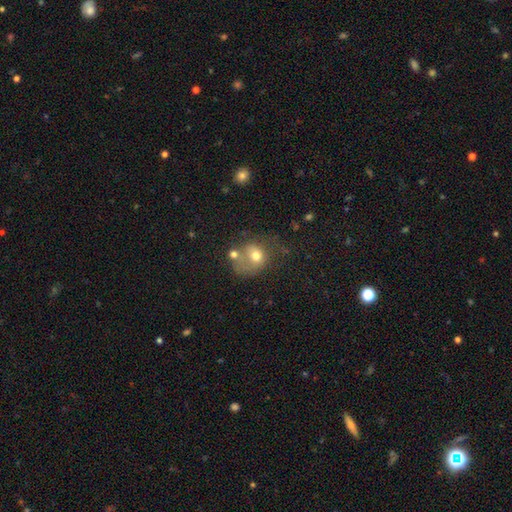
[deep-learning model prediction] This is likely a smooth galaxy (65%). How rounded: likely round (66%). Merging: marginally none (30%).